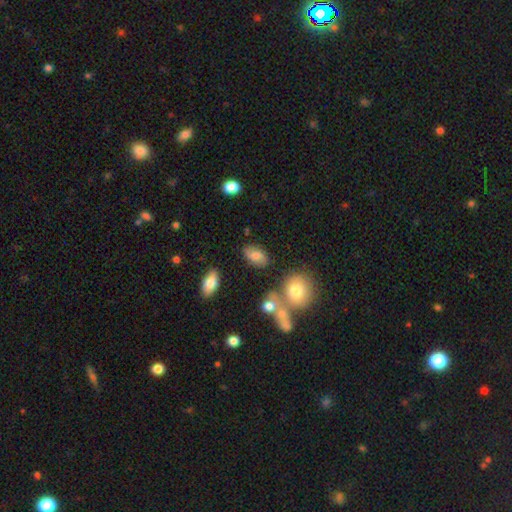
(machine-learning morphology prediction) Q: Smooth or featured?
A: smooth (67%); runner-up: featured or disk (24%)
Q: How rounded?
A: in between (88%); runner-up: round (9%)
Q: Merging?
A: none (73%); runner-up: minor disturbance (17%)